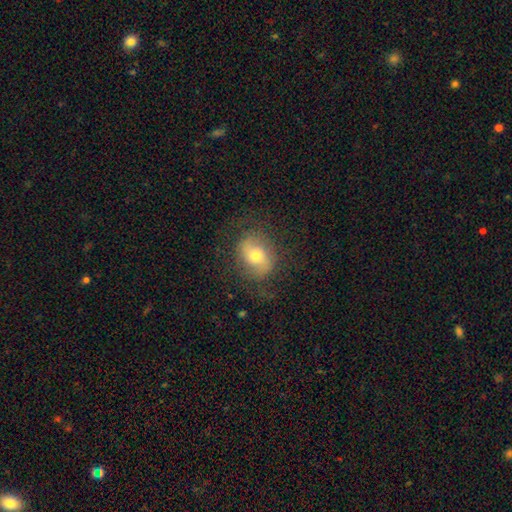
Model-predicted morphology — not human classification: smooth_or_featured: smooth (p=0.53) [alt: featured or disk p=0.38]
how_rounded: in between (p=0.52) [alt: round p=0.47]
merging: none (p=0.73) [alt: minor disturbance p=0.16]